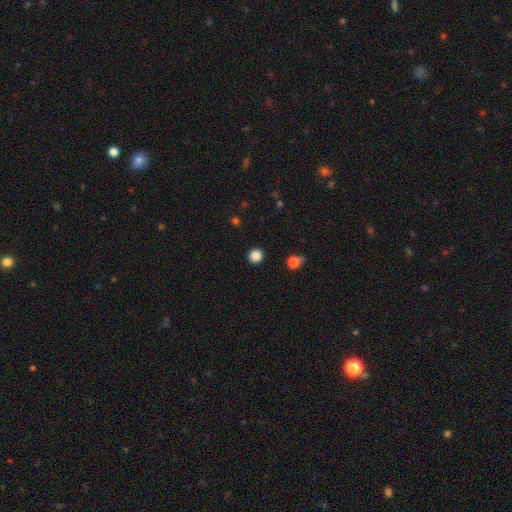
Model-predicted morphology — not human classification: type=smooth (86%); roundness=round (94%); merging=none (93%).